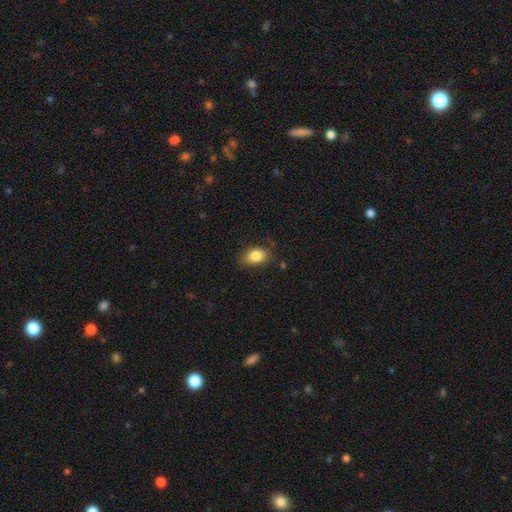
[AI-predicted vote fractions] The model was most divided on "merging": none: 77%, minor disturbance: 17%, major disturbance: 4%, merger: 1%. More confident: smooth or featured — smooth (85%); how rounded — in between (81%).